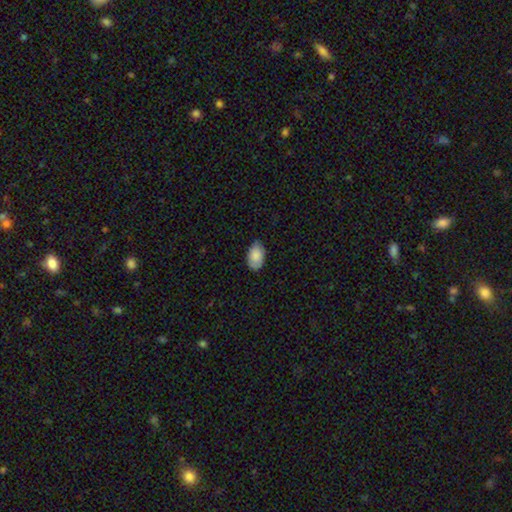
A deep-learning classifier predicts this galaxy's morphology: A smooth galaxy with no disk features (86%) that is in between round and cigar-shaped (93%).

Vote fractions:
- Smooth or featured? smooth: 86% / featured or disk: 7% / star or artifact: 6%
- How rounded? in between: 93% / round: 6% / cigar-shaped: 1%
- Merging? none: 79% / minor disturbance: 18% / major disturbance: 2% / merger: 1%